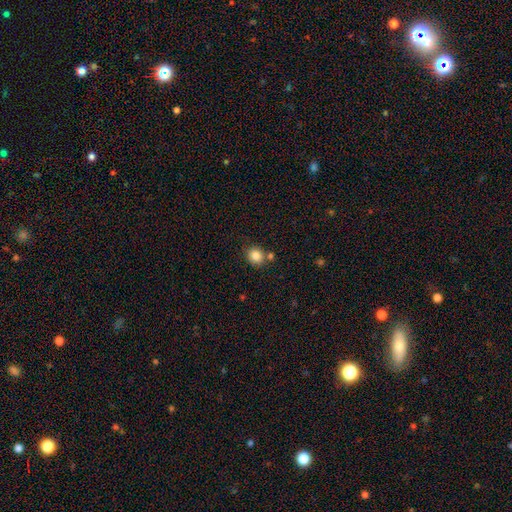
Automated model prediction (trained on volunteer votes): Q: Smooth or featured?
A: smooth (84%); runner-up: star or artifact (10%)
Q: How rounded?
A: round (75%); runner-up: in between (24%)
Q: Merging?
A: none (75%); runner-up: merger (12%)